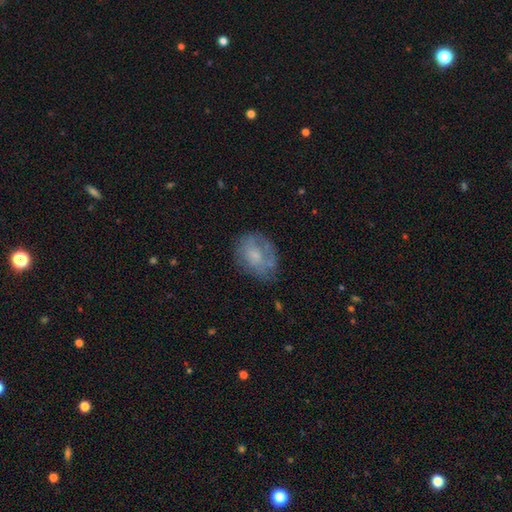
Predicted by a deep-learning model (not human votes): smooth_or_featured: smooth (p=0.53) [alt: featured or disk p=0.38]
how_rounded: in between (p=0.65) [alt: round p=0.34]
merging: none (p=0.57) [alt: minor disturbance p=0.26]